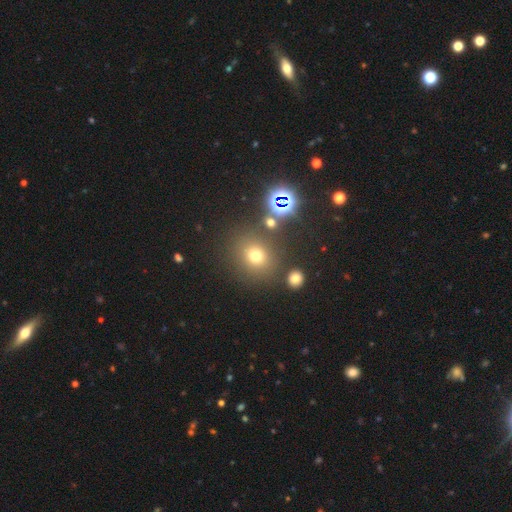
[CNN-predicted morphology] Overall: smooth (67%). How rounded: round (82%). Merging: none (80%).